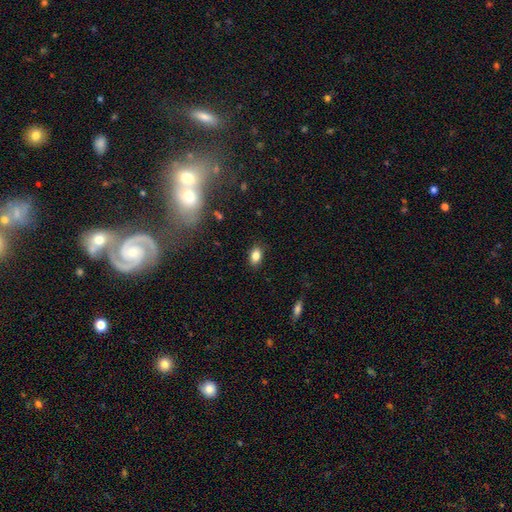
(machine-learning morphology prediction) smooth-or-featured: smooth: 83% | star or artifact: 10% | featured or disk: 7%
  how-rounded: in between: 84% | round: 14% | cigar-shaped: 2%
  merging: none: 86% | minor disturbance: 10% | major disturbance: 2% | merger: 1%